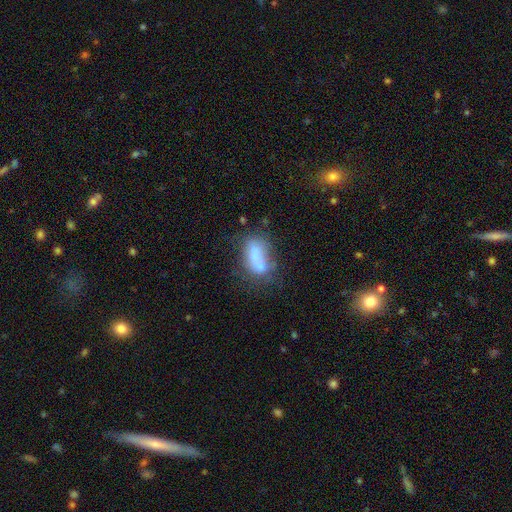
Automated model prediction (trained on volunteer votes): This appears to be a smooth galaxy with no disk features (62%) that is in between round and cigar-shaped (83%). Merging: merger (46%).